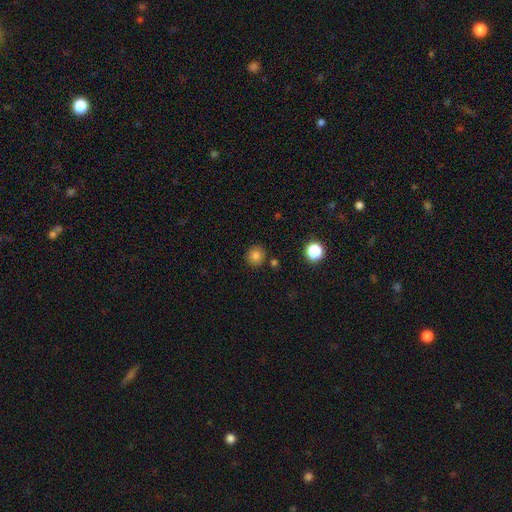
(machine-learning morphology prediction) Smooth or featured: smooth — 81% (star or artifact — 13%)
How rounded: round — 88% (in between — 11%)
Merging: none — 85% (minor disturbance — 8%)